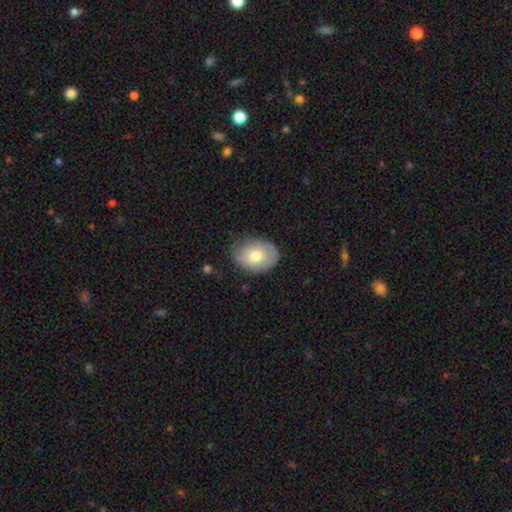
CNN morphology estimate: smooth_or_featured: smooth (p=0.67) [alt: featured or disk p=0.26]
how_rounded: in between (p=0.66) [alt: round p=0.33]
merging: none (p=0.76) [alt: minor disturbance p=0.19]